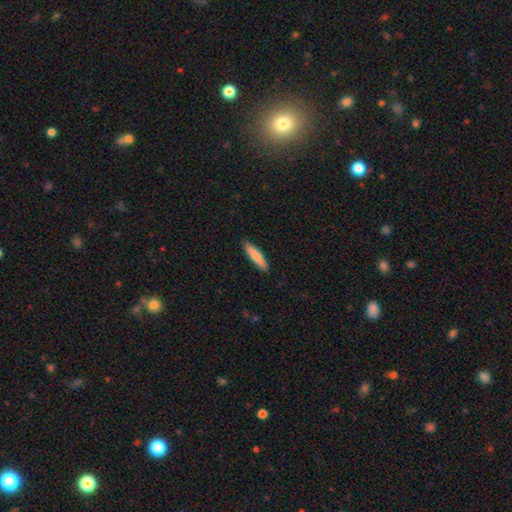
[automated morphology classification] smooth 82%, featured or disk 13%, star or artifact 5%. Down the decision tree: how rounded — cigar-shaped (82%); merging — none (90%).